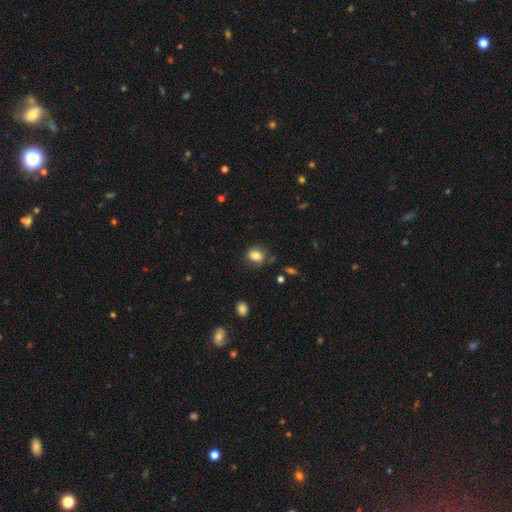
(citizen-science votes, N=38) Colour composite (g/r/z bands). It shows a smooth galaxy with no disk features (89%) that is in between round and cigar-shaped (76%). Merging: none (58%).